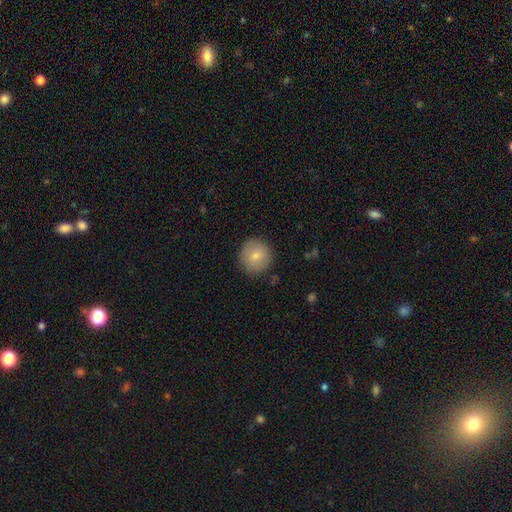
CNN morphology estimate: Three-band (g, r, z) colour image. It shows a smooth galaxy with no disk features (78%) that is round (93%). Merging: none (87%).